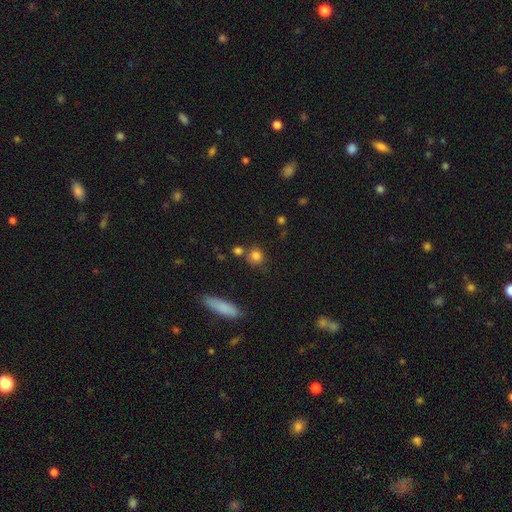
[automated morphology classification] Overall: smooth (80%). How rounded: round (85%). Merging: none (69%).